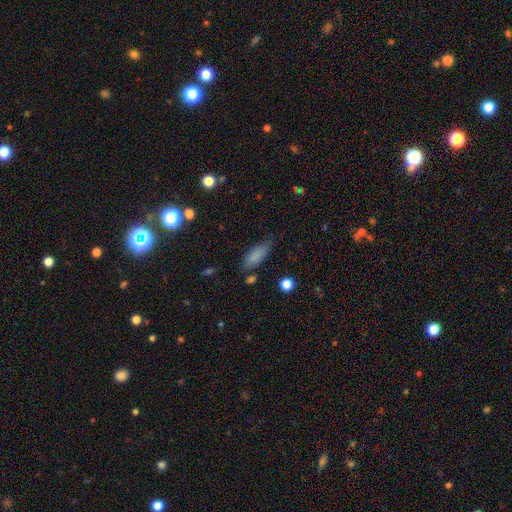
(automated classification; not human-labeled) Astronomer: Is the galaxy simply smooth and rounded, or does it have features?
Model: smooth — 82%.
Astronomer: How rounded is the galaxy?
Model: in between — 76%.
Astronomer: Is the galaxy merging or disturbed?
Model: none — 68%.